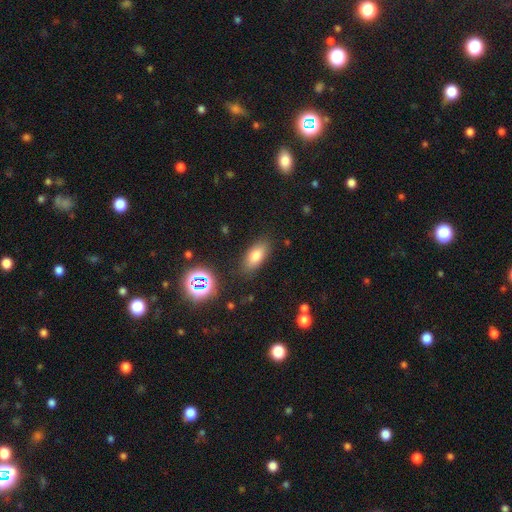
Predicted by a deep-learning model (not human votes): Smooth or featured? smooth (74%)
How rounded? in between (84%)
Merging? none (83%)